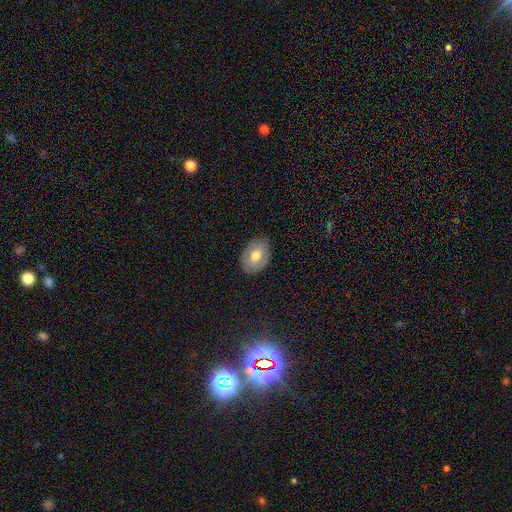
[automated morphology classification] Overall: smooth (65%; featured or disk 28%). How rounded: in between (78%). Merging: none (85%).